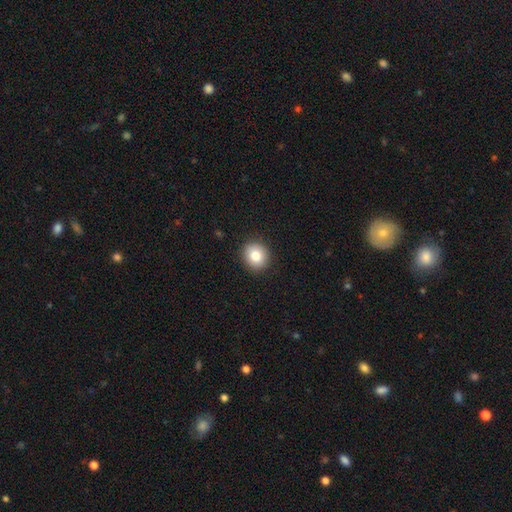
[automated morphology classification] Smooth or featured?
  - smooth: 83% *
  - star or artifact: 9%
  - featured or disk: 8%
How rounded?
  - round: 80% *
  - in between: 19%
  - cigar-shaped: 1%
Merging?
  - none: 91% *
  - minor disturbance: 6%
  - major disturbance: 2%
  - merger: 1%